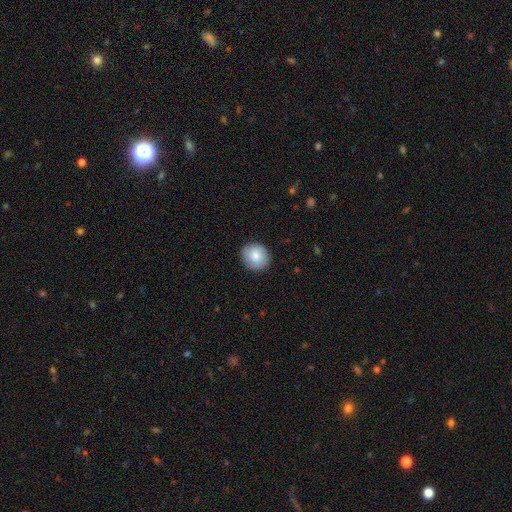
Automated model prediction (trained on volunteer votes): The model was most divided on "smooth or featured": smooth: 83%, featured or disk: 10%, star or artifact: 7%. More confident: merging — none (89%); how rounded — round (88%).